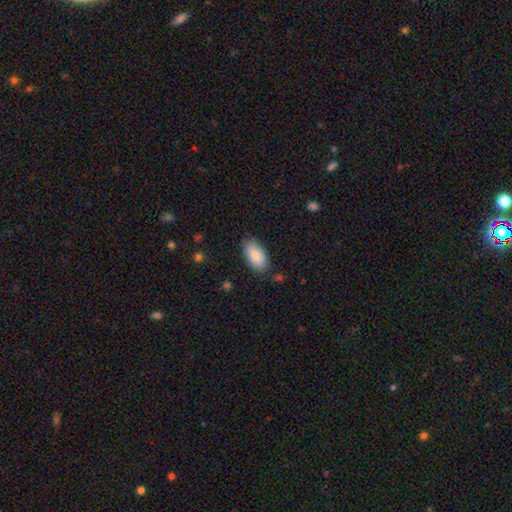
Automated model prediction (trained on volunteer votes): Overall: smooth (87%). How rounded: in between (94%). Merging: none (79%).